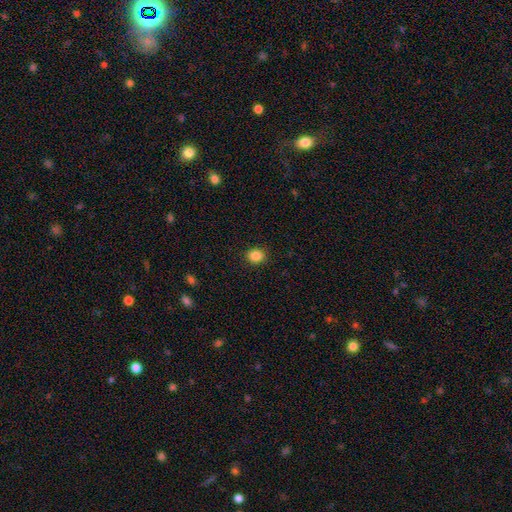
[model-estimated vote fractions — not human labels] smooth 86%, star or artifact 10%, featured or disk 3%. Down the decision tree: how rounded — round (66%); merging — none (90%).